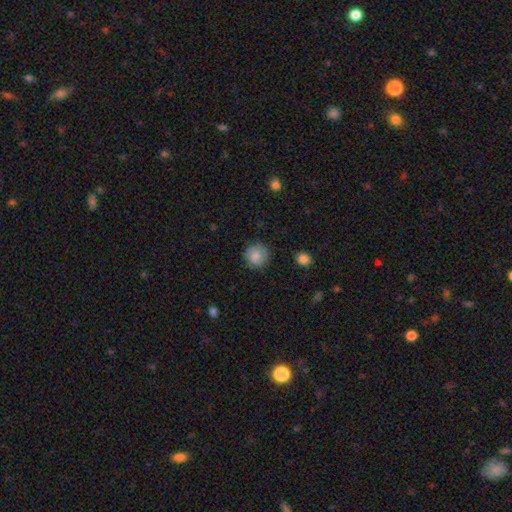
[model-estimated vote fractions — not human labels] smooth-or-featured: smooth: 76% | featured or disk: 16% | star or artifact: 8%
  how-rounded: round: 89% | in between: 10% | cigar-shaped: 1%
  merging: none: 79% | minor disturbance: 15% | major disturbance: 4% | merger: 1%